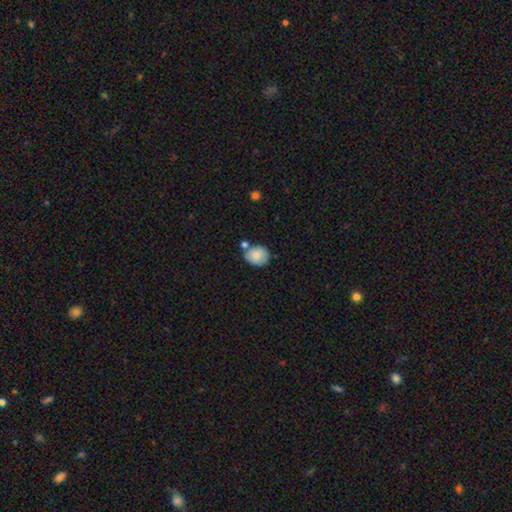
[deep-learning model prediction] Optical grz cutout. It shows a smooth galaxy with no disk features (82%) that is round (60%). Merging: none (61%).